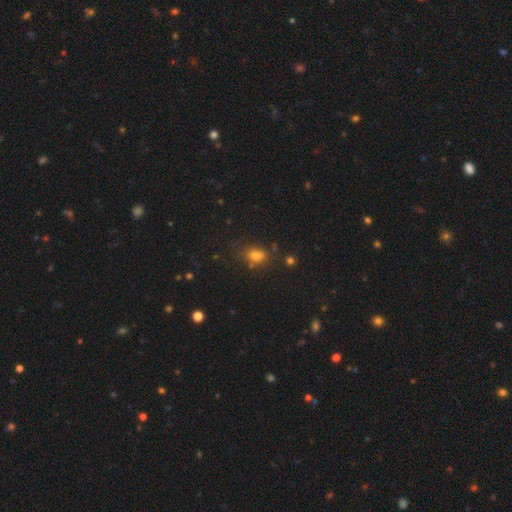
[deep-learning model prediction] This is likely a smooth galaxy (73%). How rounded: likely in between (64%). Merging: likely none (65%).